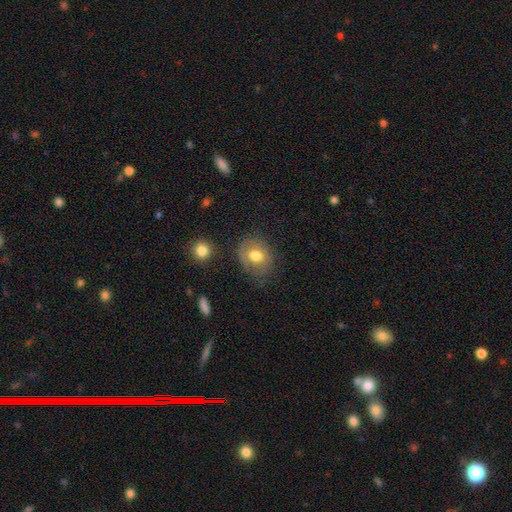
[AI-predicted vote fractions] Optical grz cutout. It shows a smooth galaxy with no disk features (66%) that is round (58%). Merging: none (65%).